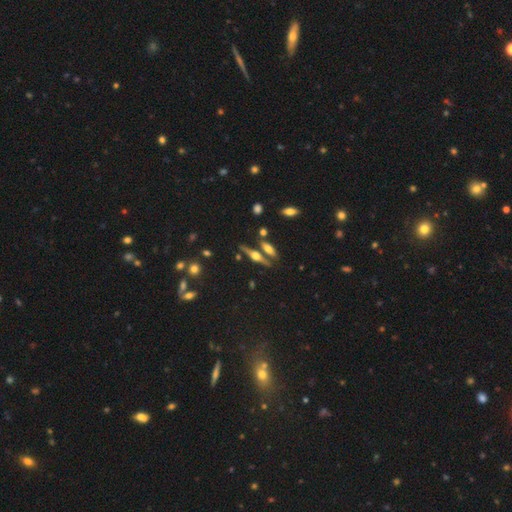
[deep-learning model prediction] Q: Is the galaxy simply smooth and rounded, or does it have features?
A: featured or disk — 74%.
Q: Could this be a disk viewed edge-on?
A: yes — 96%.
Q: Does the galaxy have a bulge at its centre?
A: rounded — 92%.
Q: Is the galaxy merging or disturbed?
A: none — 74%.